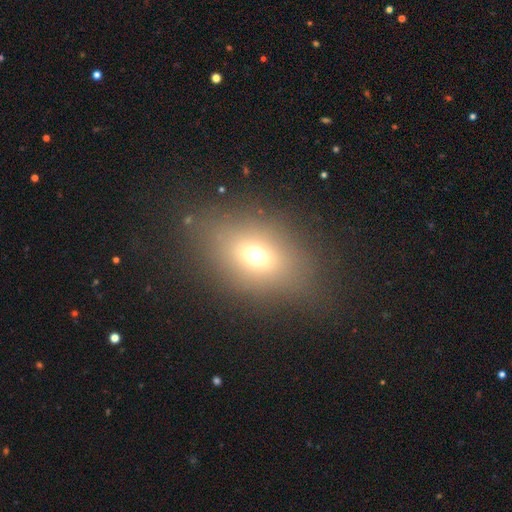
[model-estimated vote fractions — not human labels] smooth_or_featured: smooth (p=0.65) [alt: star or artifact p=0.20]
how_rounded: in between (p=0.63) [alt: round p=0.35]
merging: none (p=0.78) [alt: minor disturbance p=0.11]